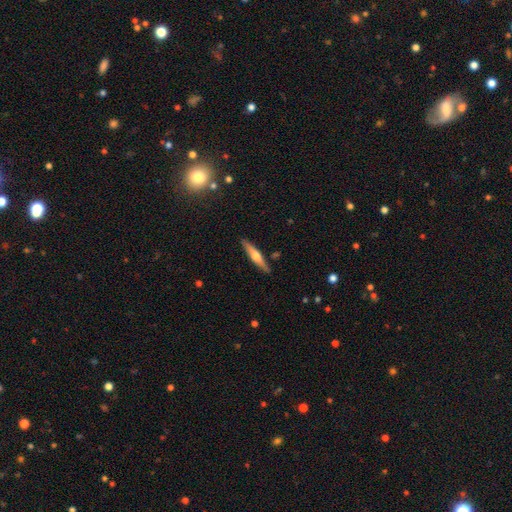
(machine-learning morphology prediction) Smooth or featured?
  - featured or disk: 61% *
  - smooth: 34%
  - star or artifact: 6%
Edge-on disk?
  - yes: 96% *
  - no: 4%
Edge-on bulge?
  - rounded: 91% *
  - none: 5%
  - boxy: 4%
Merging?
  - none: 89% *
  - minor disturbance: 8%
  - merger: 2%
  - major disturbance: 2%